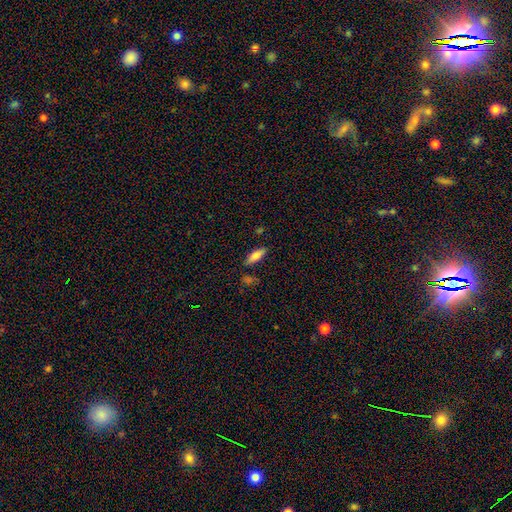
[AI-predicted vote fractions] Overall: smooth (74%). How rounded: in between (54%; cigar-shaped 44%). Merging: none (81%).